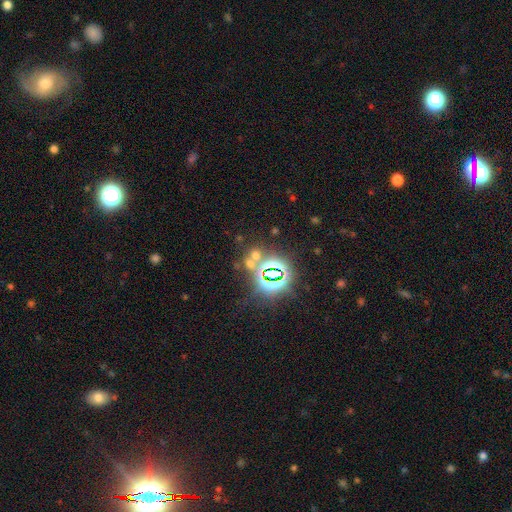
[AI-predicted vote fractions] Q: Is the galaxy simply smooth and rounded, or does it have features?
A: star or artifact — 55%.